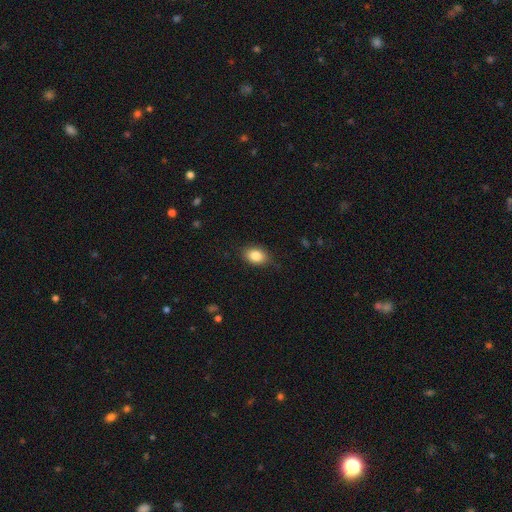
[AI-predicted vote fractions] Q: Smooth or featured?
A: smooth (85%); runner-up: star or artifact (8%)
Q: How rounded?
A: in between (79%); runner-up: round (20%)
Q: Merging?
A: none (81%); runner-up: minor disturbance (15%)